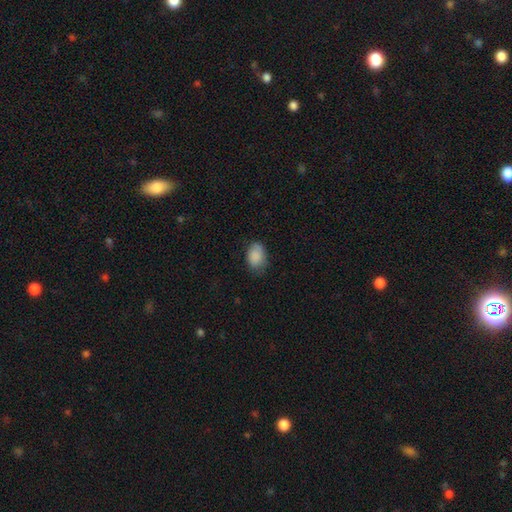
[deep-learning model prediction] A smooth galaxy with no disk features (88%) that is in between round and cigar-shaped (82%).

Vote fractions:
- Smooth or featured? smooth: 88% / star or artifact: 7% / featured or disk: 5%
- How rounded? in between: 82% / round: 17% / cigar-shaped: 1%
- Merging? none: 70% / minor disturbance: 24% / major disturbance: 5% / merger: 1%